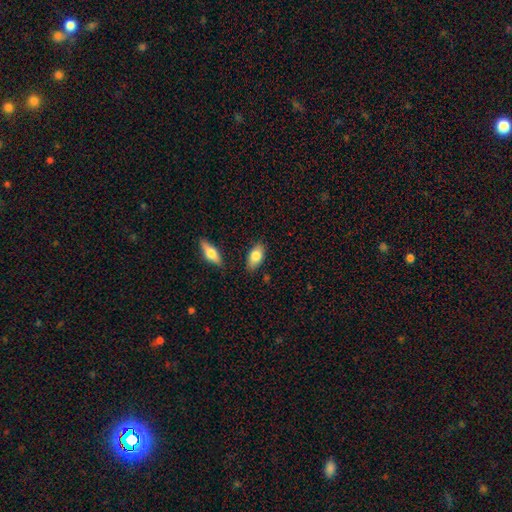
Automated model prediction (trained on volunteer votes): This is likely a smooth galaxy (79%). How rounded: clearly in between (89%). Merging: clearly none (82%).